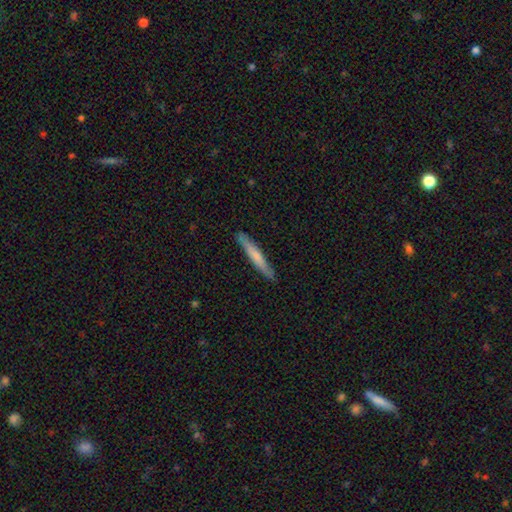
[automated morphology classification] smooth-or-featured: smooth: 61% | featured or disk: 34% | star or artifact: 5%
  how-rounded: cigar-shaped: 95% | in between: 3% | round: 1%
  merging: none: 89% | minor disturbance: 8% | major disturbance: 1% | merger: 1%